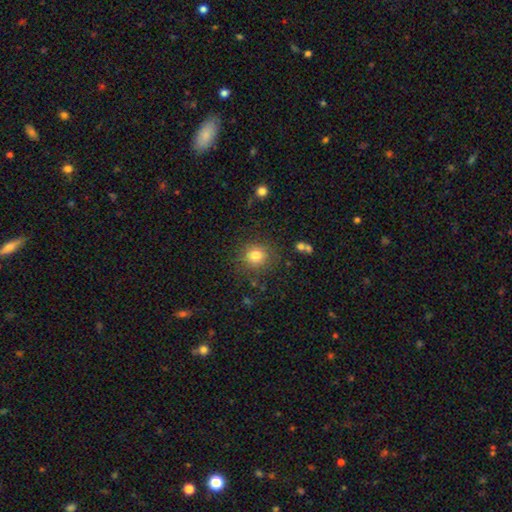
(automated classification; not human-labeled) Smooth or featured: smooth — 81% (star or artifact — 12%)
How rounded: round — 90% (in between — 9%)
Merging: none — 84% (minor disturbance — 10%)